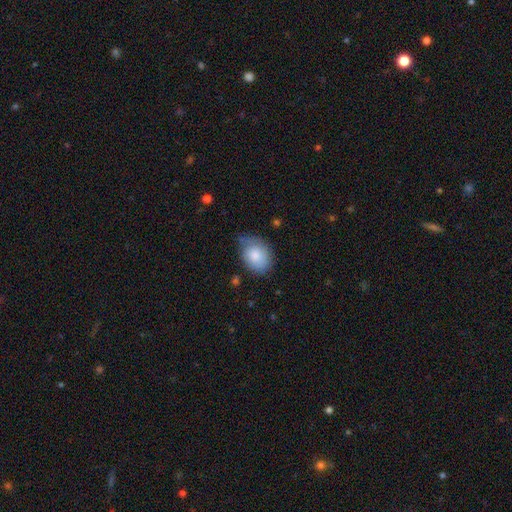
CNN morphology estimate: type=smooth (81%); roundness=in between (65%); merging=none (56%).